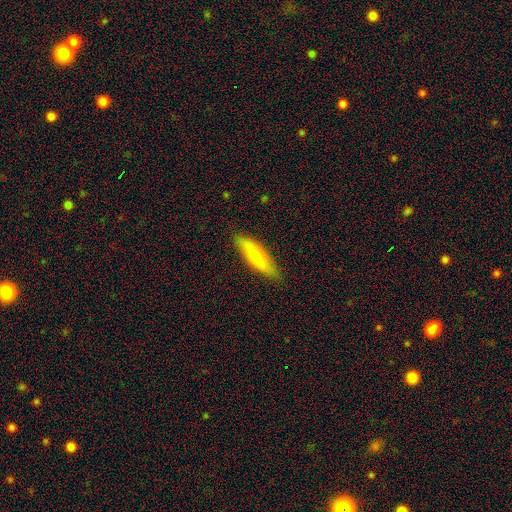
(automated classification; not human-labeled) smooth 67%, featured or disk 27%, star or artifact 6%. Down the decision tree: how rounded — cigar-shaped (68%); merging — none (84%).